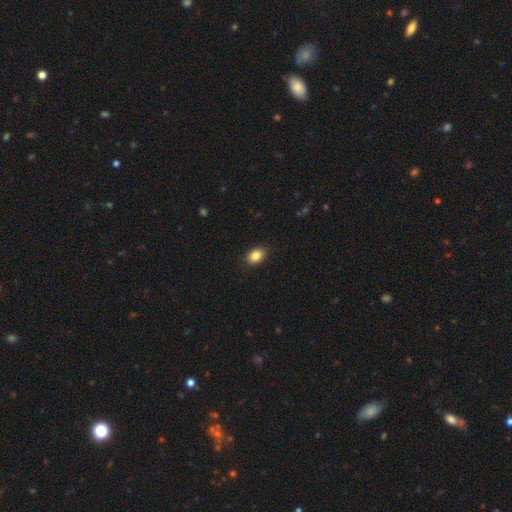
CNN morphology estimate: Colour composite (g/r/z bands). It shows a smooth galaxy with no disk features (86%) that is in between round and cigar-shaped (71%). Merging: none (87%).